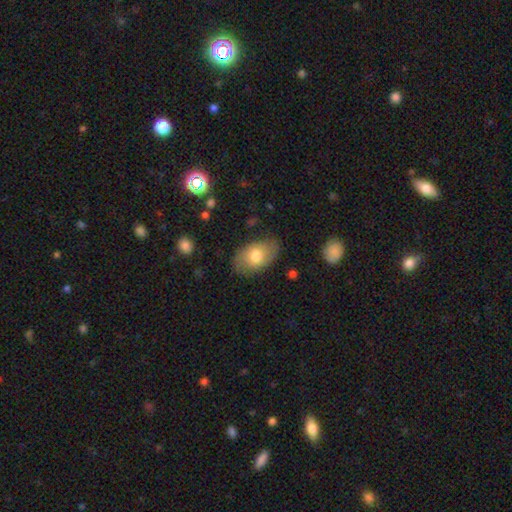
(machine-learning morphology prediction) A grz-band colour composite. It shows a smooth galaxy with no disk features (65%) that is in between round and cigar-shaped (90%). Merging: none (74%).